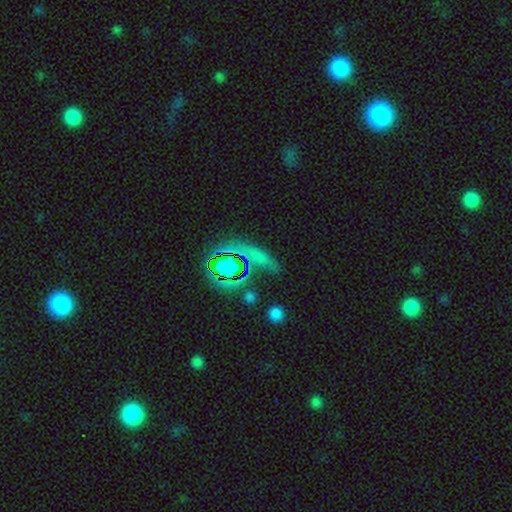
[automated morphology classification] Smooth or featured? Predicted: smooth (p=0.43). Merging? Predicted: none (p=0.68).